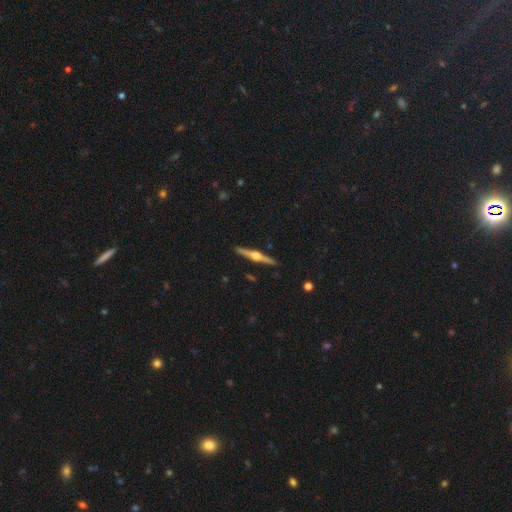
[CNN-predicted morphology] smooth_or_featured: featured or disk (p=0.85) [alt: smooth p=0.10]
disk_edge_on: yes (p=0.99) [alt: no p=0.01]
edge_on_bulge: rounded (p=0.95) [alt: boxy p=0.03]
merging: none (p=0.92) [alt: minor disturbance p=0.06]